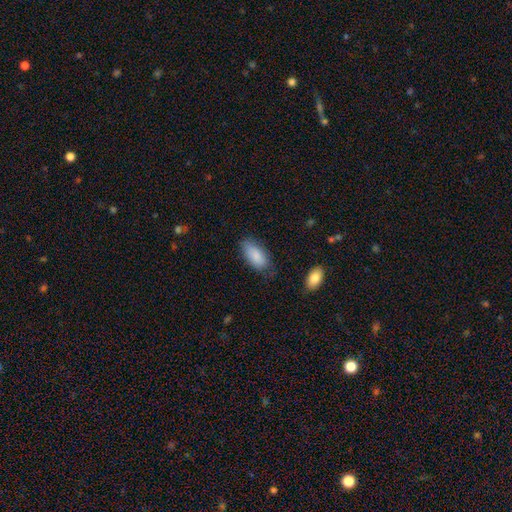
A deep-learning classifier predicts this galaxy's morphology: Smooth or featured? Predicted: smooth (p=0.87). How rounded? Predicted: in between (p=0.91). Merging? Predicted: none (p=0.71).